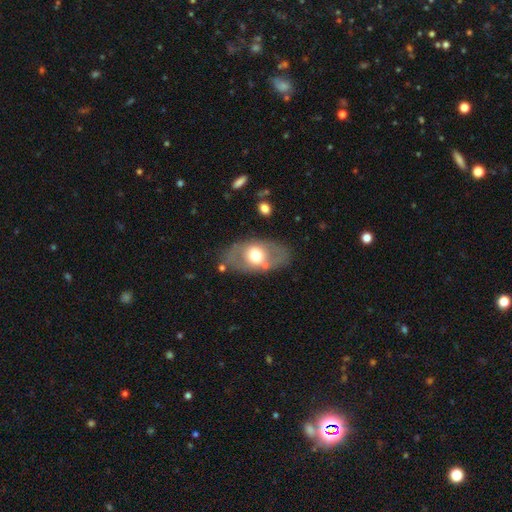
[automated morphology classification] Smooth or featured: smooth — 49% (featured or disk — 45%)
Merging: none — 76% (minor disturbance — 14%)